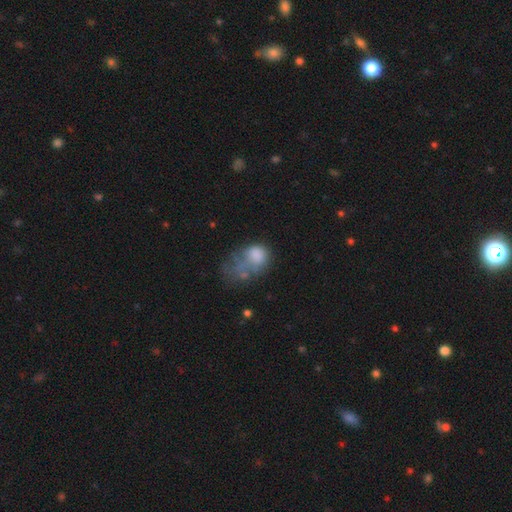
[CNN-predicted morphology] smooth 65%, featured or disk 24%, star or artifact 11%. Down the decision tree: how rounded — in between (66%); merging — major disturbance (47%).